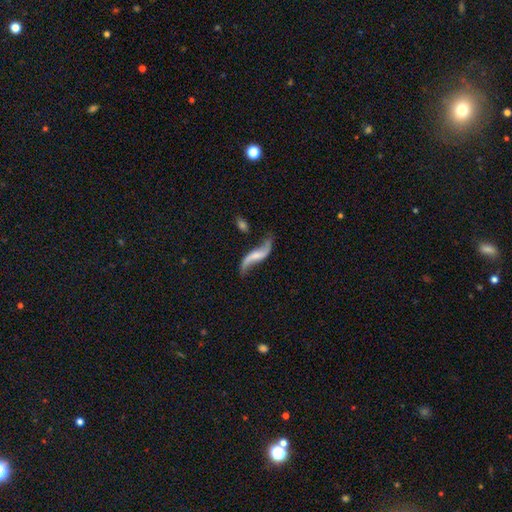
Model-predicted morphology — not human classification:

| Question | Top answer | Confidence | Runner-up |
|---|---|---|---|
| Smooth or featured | featured or disk | 83% | smooth (12%) |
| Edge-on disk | no | 90% | yes (10%) |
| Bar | no | 43% | weak (37%) |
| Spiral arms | yes | 93% | no (7%) |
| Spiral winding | loose | 94% | medium (5%) |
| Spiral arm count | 2 | 92% | 1 (3%) |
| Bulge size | small | 38% | none (35%) |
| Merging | none | 62% | minor disturbance (19%) |